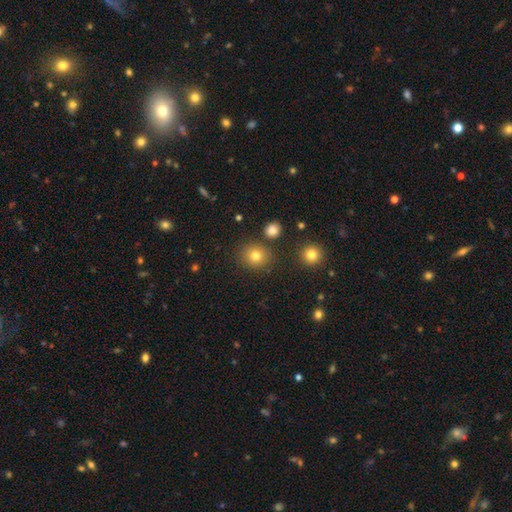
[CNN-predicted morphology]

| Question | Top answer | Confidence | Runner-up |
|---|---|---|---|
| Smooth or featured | smooth | 80% | star or artifact (13%) |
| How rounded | round | 81% | in between (18%) |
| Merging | none | 84% | minor disturbance (8%) |